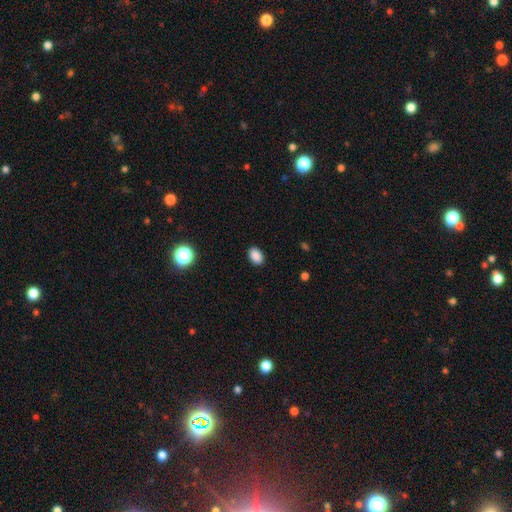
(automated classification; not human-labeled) The model was most divided on "how rounded": in between: 79%, round: 20%, cigar-shaped: 1%. More confident: merging — none (89%); smooth or featured — smooth (87%).